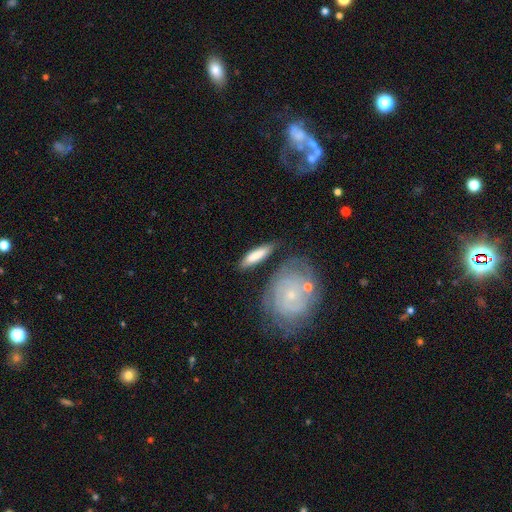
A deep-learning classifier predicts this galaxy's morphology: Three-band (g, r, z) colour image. It shows a smooth galaxy with no disk features (72%) that is cigar-shaped (66%). Merging: none (72%).